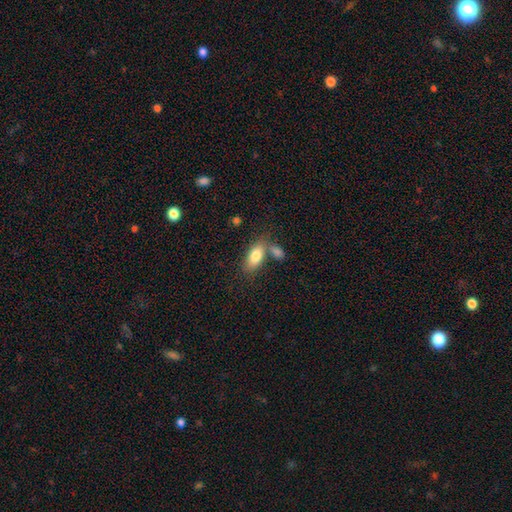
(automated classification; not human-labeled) Morphology: type=smooth (81%); roundness=in between (85%); merging=none (57%).